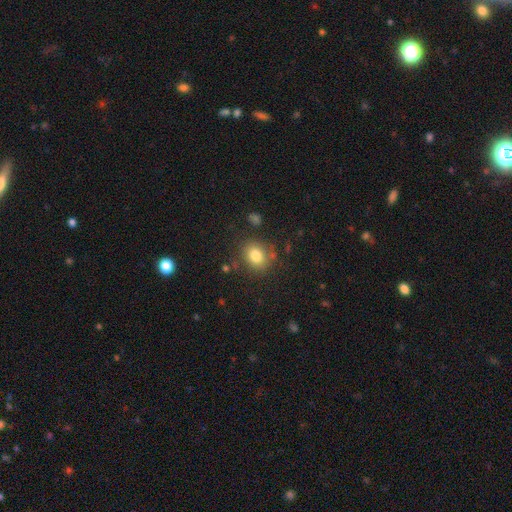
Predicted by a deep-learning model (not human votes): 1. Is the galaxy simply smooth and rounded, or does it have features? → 81% smooth, 11% star or artifact, 8% featured or disk.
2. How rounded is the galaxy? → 61% round, 38% in between, 1% cigar-shaped.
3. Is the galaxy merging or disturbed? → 80% none, 12% minor disturbance, 4% major disturbance, 3% merger.